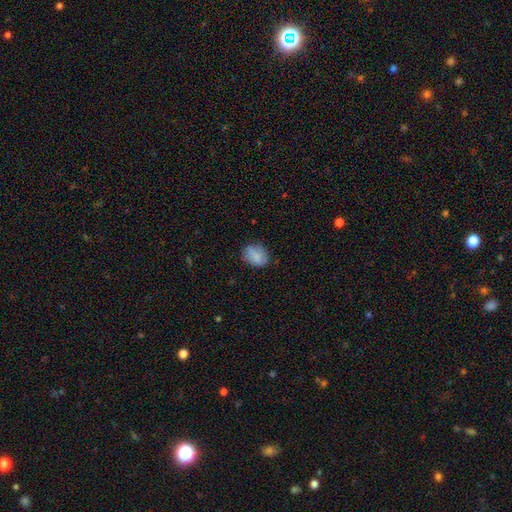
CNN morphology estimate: Smooth or featured? Predicted: smooth (p=0.80). How rounded? Predicted: in between (p=0.62). Merging? Predicted: none (p=0.72).